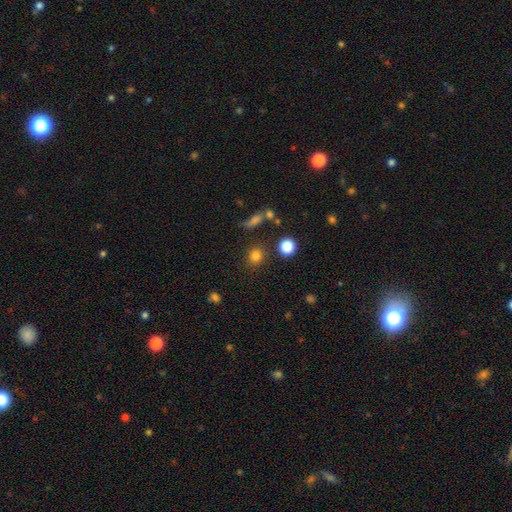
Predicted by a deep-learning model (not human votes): Smooth or featured: smooth — 80% (star or artifact — 14%)
How rounded: round — 79% (in between — 19%)
Merging: none — 83% (minor disturbance — 8%)